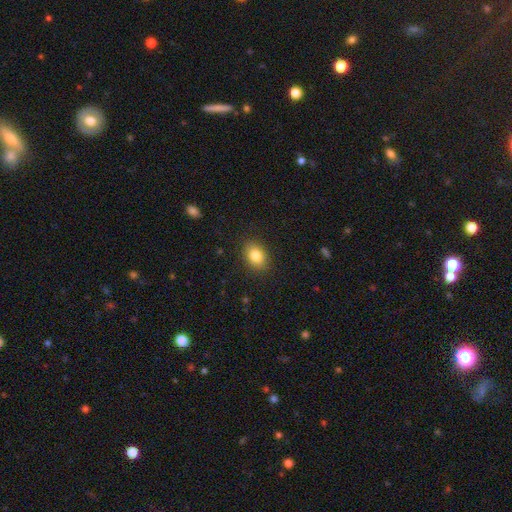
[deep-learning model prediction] smooth_or_featured: smooth (p=0.84) [alt: star or artifact p=0.09]
how_rounded: in between (p=0.74) [alt: round p=0.25]
merging: none (p=0.88) [alt: minor disturbance p=0.09]